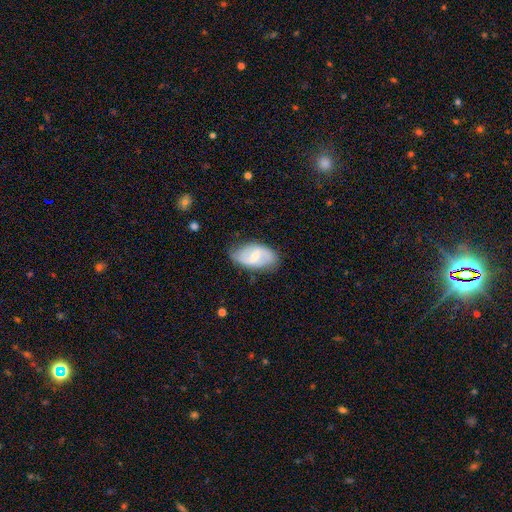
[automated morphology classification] Smooth or featured? featured or disk (59%)
Edge-on disk? no (96%)
Bar? weak (50%)
Spiral arms? yes (74%)
Bulge size? small (44%)
Merging? none (69%)